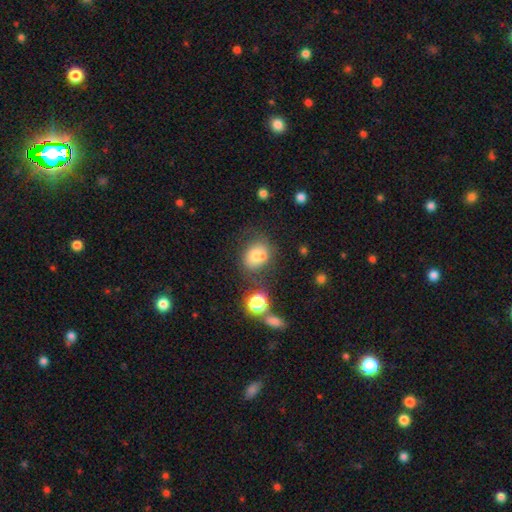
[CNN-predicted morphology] Smooth or featured? Predicted: smooth (p=0.71). How rounded? Predicted: round (p=0.52). Merging? Predicted: none (p=0.53).